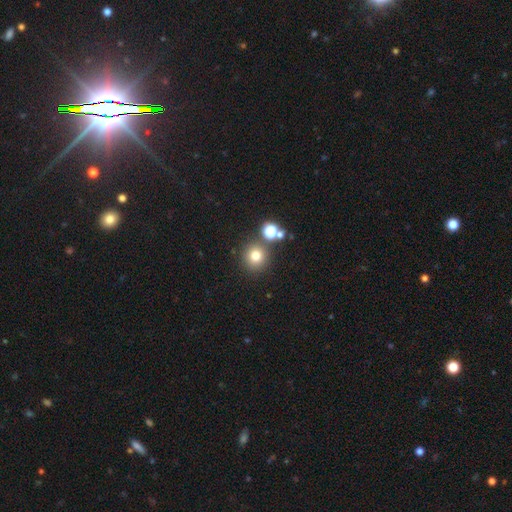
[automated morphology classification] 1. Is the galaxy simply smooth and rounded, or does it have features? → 74% smooth, 18% star or artifact, 8% featured or disk.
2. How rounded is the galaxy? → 92% round, 7% in between, 1% cigar-shaped.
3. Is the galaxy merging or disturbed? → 77% none, 12% merger, 8% minor disturbance, 3% major disturbance.